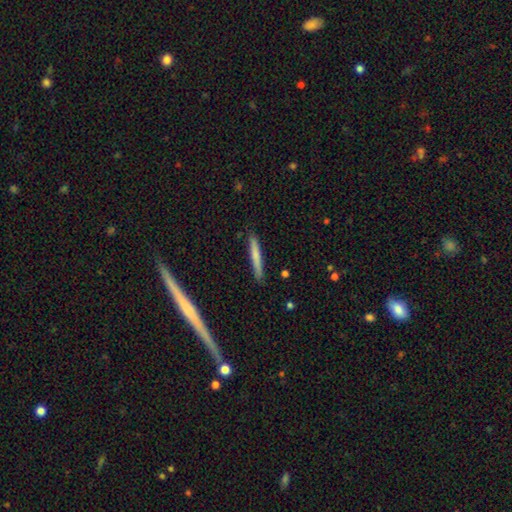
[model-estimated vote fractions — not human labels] smooth-or-featured: smooth: 68% | featured or disk: 26% | star or artifact: 6%
  how-rounded: cigar-shaped: 95% | in between: 4% | round: 1%
  merging: none: 87% | minor disturbance: 9% | merger: 2% | major disturbance: 2%